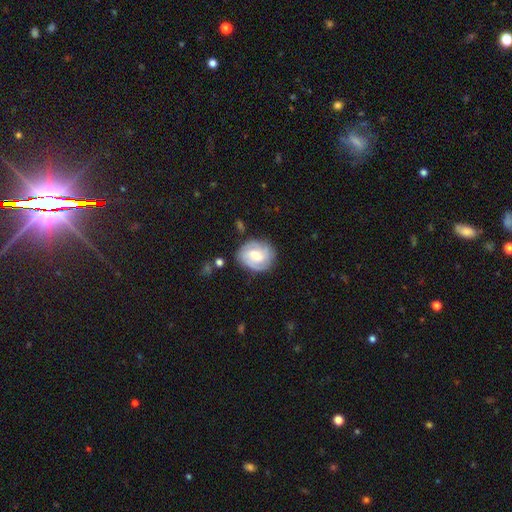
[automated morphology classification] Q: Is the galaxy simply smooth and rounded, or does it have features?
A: featured or disk — 64%.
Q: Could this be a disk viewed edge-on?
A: no — 98%.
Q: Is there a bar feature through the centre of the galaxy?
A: weak — 50%.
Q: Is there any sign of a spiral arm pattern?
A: yes — 90%.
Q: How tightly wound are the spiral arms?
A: tight — 51%.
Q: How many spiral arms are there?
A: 2 — 37%.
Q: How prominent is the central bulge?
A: moderate — 49%.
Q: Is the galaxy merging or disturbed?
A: none — 74%.